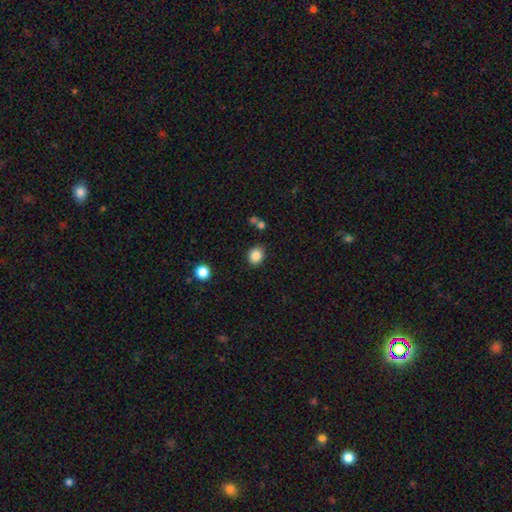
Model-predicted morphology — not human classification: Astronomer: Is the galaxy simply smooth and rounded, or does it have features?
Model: smooth — 86%.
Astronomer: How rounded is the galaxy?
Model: round — 62%.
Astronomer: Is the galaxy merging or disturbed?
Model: none — 84%.